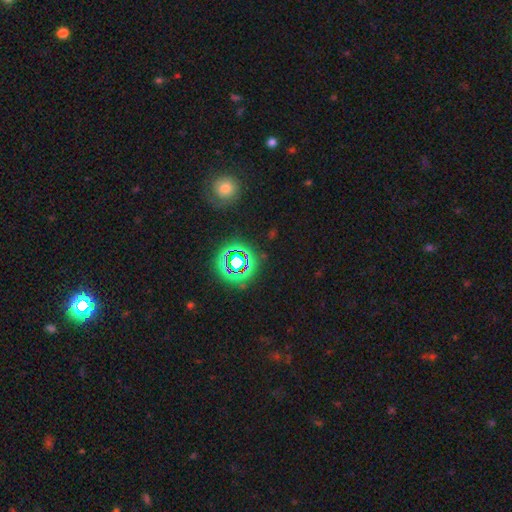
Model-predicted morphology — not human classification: type=star or artifact (75%).